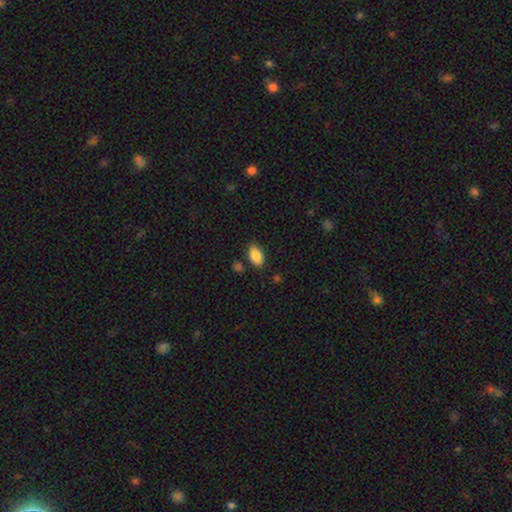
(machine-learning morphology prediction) smooth 87%, star or artifact 8%, featured or disk 5%. Down the decision tree: how rounded — in between (91%); merging — none (82%).